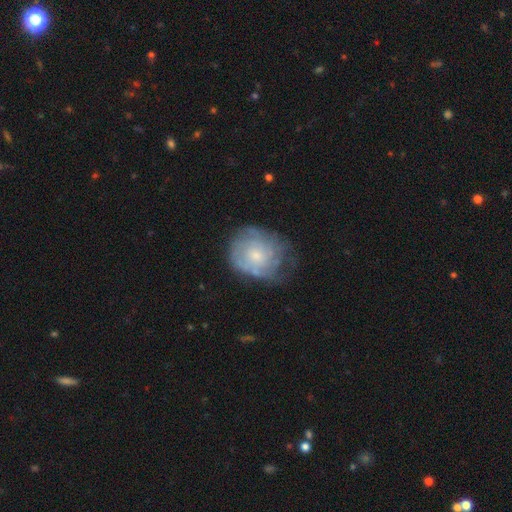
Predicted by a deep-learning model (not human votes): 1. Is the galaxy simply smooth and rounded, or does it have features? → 59% featured or disk, 33% smooth, 8% star or artifact.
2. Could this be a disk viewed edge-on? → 97% no, 3% yes.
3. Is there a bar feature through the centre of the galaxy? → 81% no, 16% weak, 2% strong.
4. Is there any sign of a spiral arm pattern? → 70% yes, 30% no.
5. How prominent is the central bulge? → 58% small, 34% moderate, 4% none, 3% large, 1% dominant.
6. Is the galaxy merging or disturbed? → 56% none, 28% minor disturbance, 13% major disturbance, 2% merger.